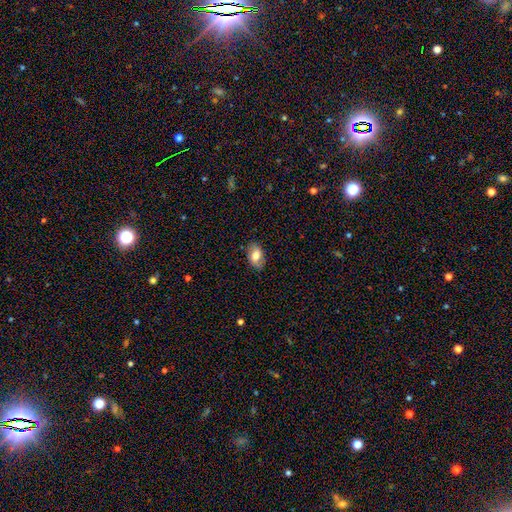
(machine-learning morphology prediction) The model was most divided on "smooth or featured": smooth: 71%, featured or disk: 22%, star or artifact: 8%. More confident: how rounded — in between (88%); merging — none (82%).